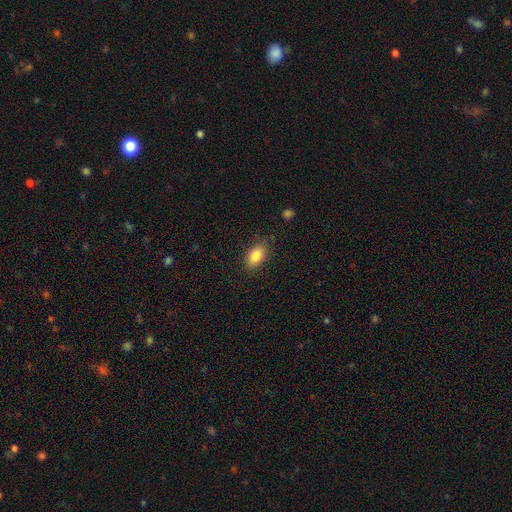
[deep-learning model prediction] A smooth galaxy with no disk features (84%) that is in between round and cigar-shaped (88%). Merging: none (82%).